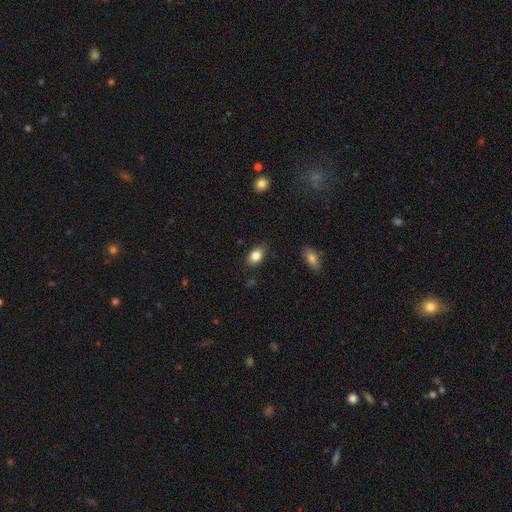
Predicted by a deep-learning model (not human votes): Smooth or featured: smooth — 83% (featured or disk — 9%)
How rounded: in between — 86% (round — 12%)
Merging: none — 84% (minor disturbance — 12%)